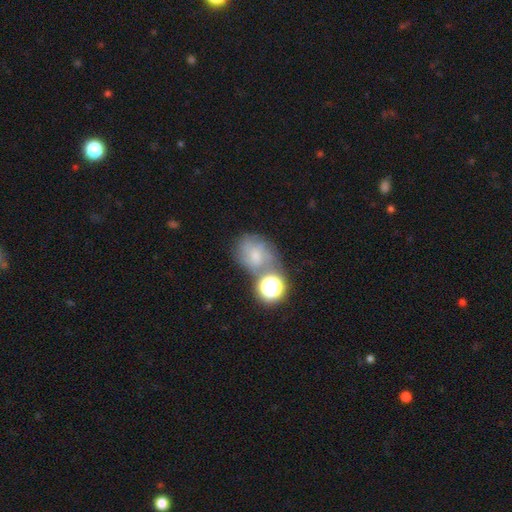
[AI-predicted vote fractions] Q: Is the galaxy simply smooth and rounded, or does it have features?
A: smooth — 51%.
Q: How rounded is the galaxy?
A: round — 59%.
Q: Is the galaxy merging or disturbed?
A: none — 46%.